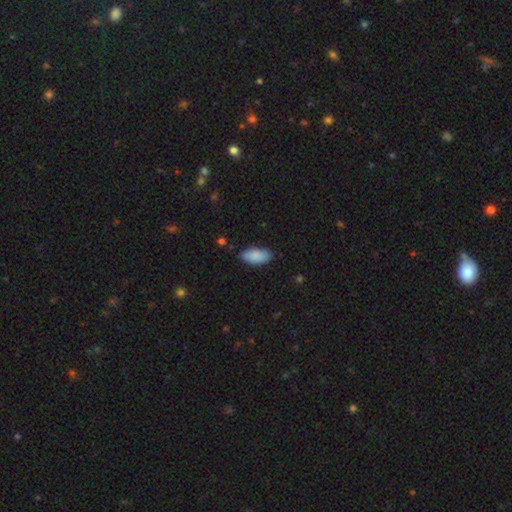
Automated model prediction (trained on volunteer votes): Morphology: type=smooth (89%); roundness=in between (91%); merging=none (83%).